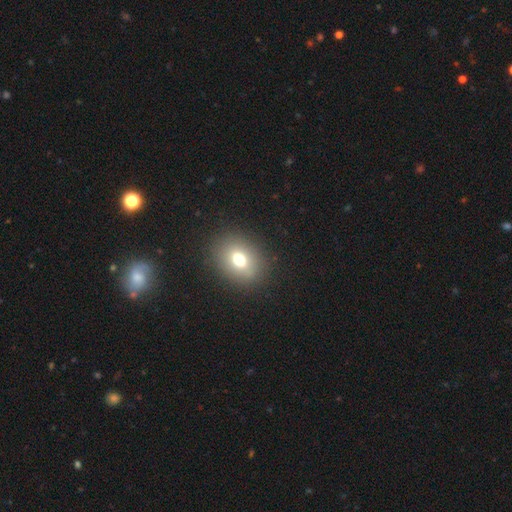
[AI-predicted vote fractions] smooth_or_featured: smooth (p=0.67) [alt: star or artifact p=0.22]
how_rounded: round (p=0.56) [alt: in between p=0.43]
merging: none (p=0.89) [alt: minor disturbance p=0.06]